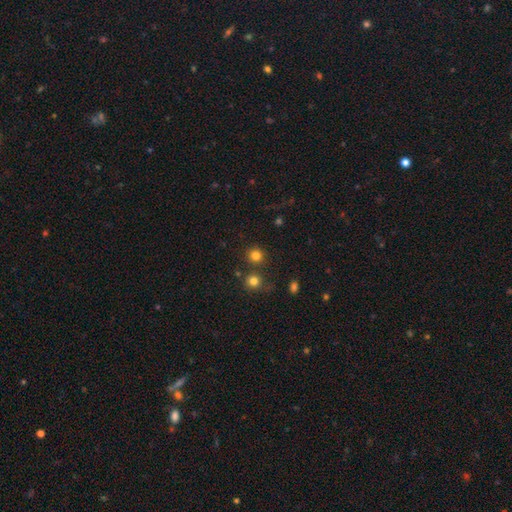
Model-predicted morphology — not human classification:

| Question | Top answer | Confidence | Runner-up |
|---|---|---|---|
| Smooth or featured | smooth | 79% | star or artifact (16%) |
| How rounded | round | 91% | in between (8%) |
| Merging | none | 81% | merger (9%) |